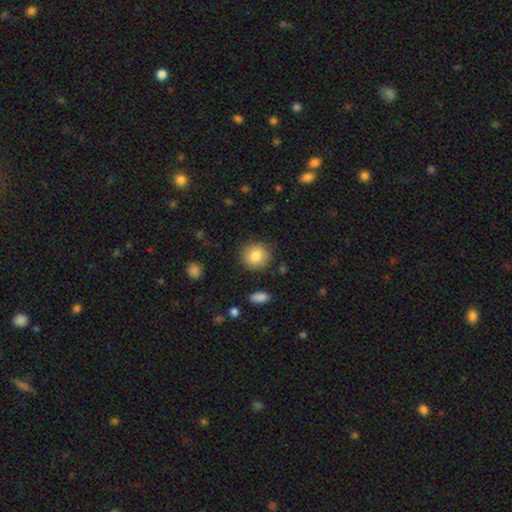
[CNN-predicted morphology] A smooth galaxy with no disk features (83%) that is round (90%). Merging: none (88%).